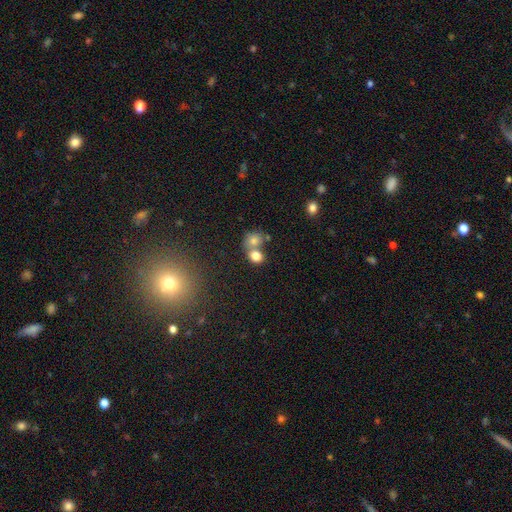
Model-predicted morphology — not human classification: Smooth or featured?
  - smooth: 78% *
  - star or artifact: 11%
  - featured or disk: 11%
How rounded?
  - round: 62% *
  - in between: 37%
  - cigar-shaped: 1%
Merging?
  - merger: 53% *
  - none: 36%
  - minor disturbance: 7%
  - major disturbance: 4%